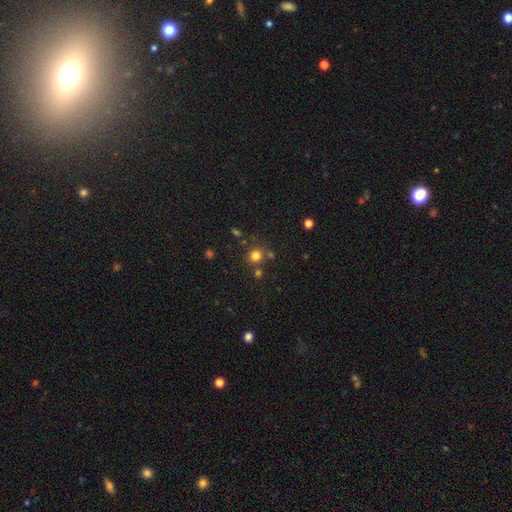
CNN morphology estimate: Smooth or featured? smooth (77%)
How rounded? round (88%)
Merging? none (76%)